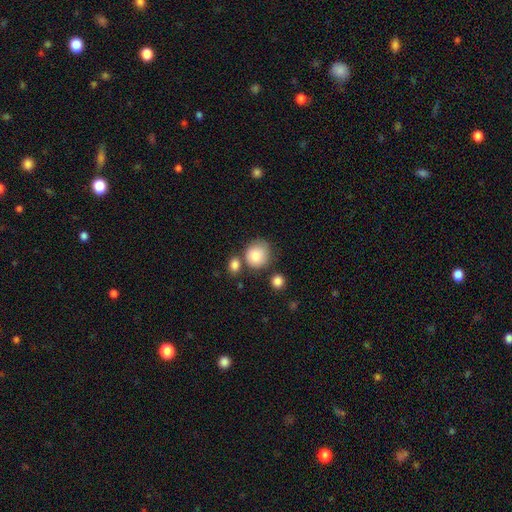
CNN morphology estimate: A smooth galaxy with no disk features (84%) that is round (82%). Merging: none (60%).